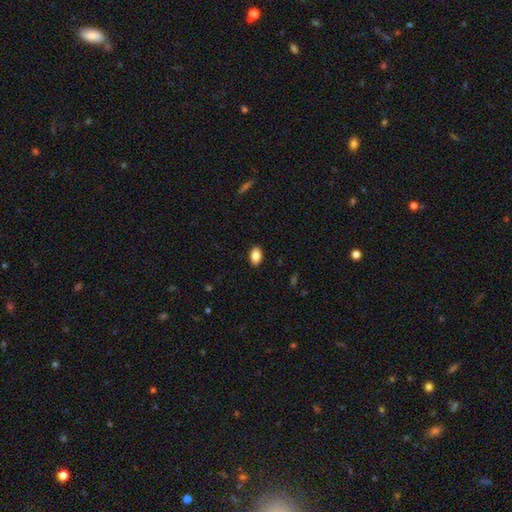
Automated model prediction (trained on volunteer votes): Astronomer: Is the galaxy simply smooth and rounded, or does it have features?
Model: smooth — 86%.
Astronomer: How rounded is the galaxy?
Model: in between — 90%.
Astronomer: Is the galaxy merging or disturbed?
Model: none — 89%.